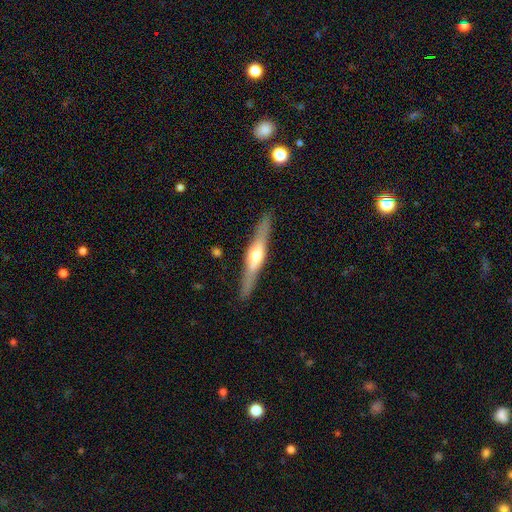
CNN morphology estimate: type=featured or disk (69%); edge-on=yes (95%); edge-on bulge=rounded (88%); merging=none (88%).